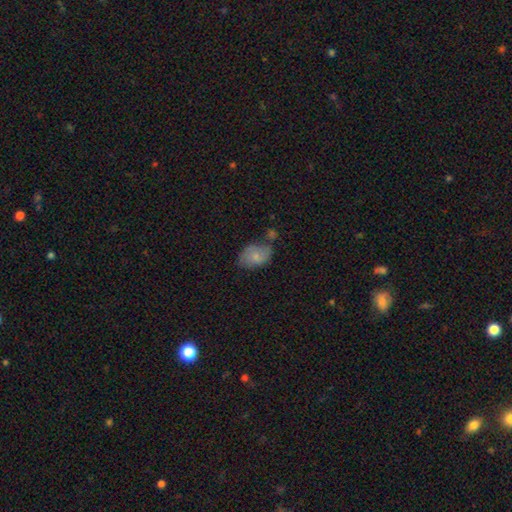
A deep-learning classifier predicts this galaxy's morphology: Smooth or featured: smooth — 70% (featured or disk — 22%)
How rounded: in between — 85% (round — 13%)
Merging: none — 45% (minor disturbance — 29%)